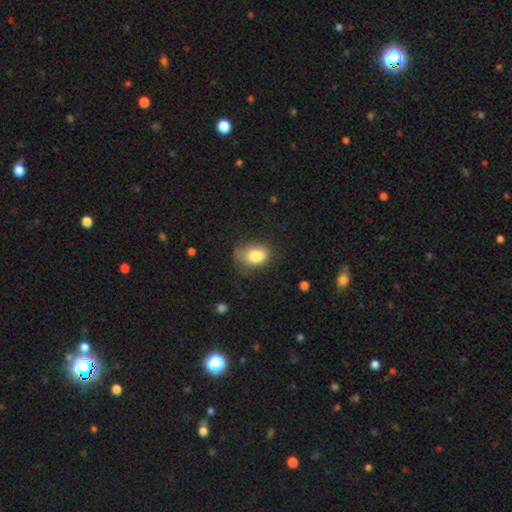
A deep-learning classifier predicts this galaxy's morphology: Smooth or featured: smooth — 82% (featured or disk — 10%)
How rounded: in between — 76% (round — 23%)
Merging: none — 50% (minor disturbance — 32%)